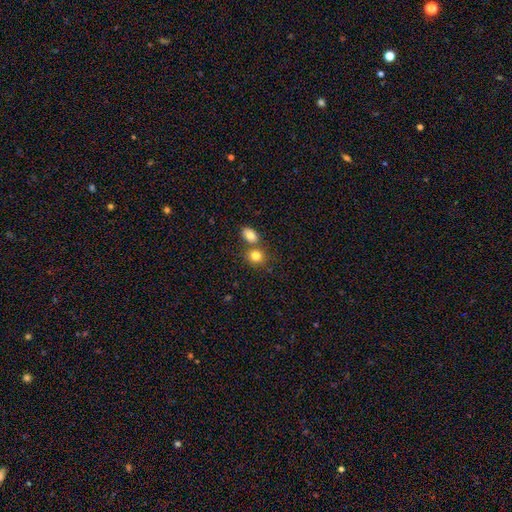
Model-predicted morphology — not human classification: This is clearly a smooth galaxy (82%). How rounded: possibly round (59%). Merging: possibly none (52%).